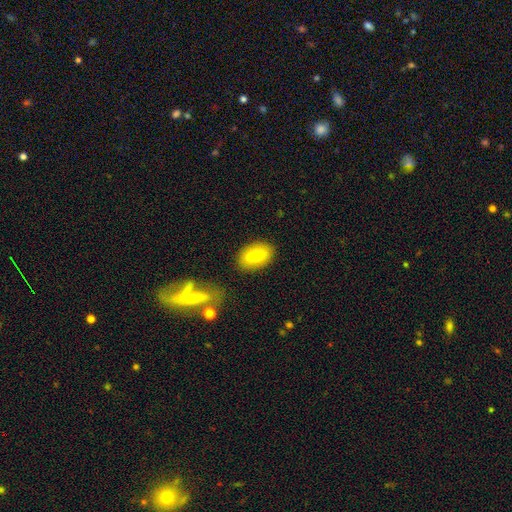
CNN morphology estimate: This is likely a smooth galaxy (68%). How rounded: clearly in between (84%). Merging: clearly none (84%).